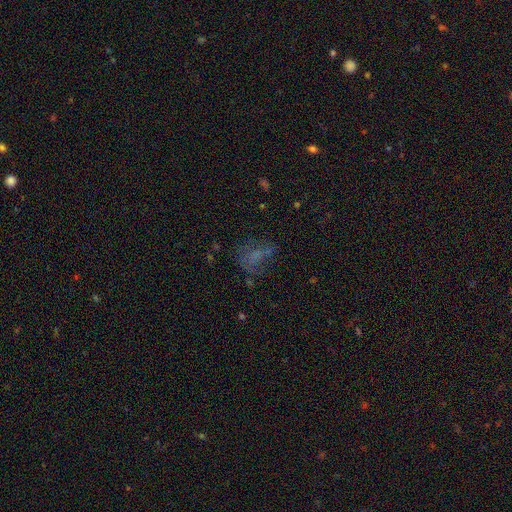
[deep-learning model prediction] Q: Smooth or featured?
A: smooth (43%); runner-up: featured or disk (29%)
Q: Merging?
A: none (44%); runner-up: major disturbance (29%)